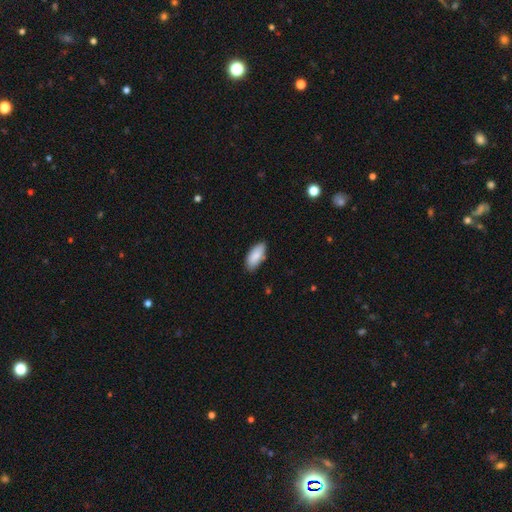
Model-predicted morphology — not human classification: This is clearly a smooth galaxy (86%). How rounded: clearly in between (89%). Merging: likely none (79%).